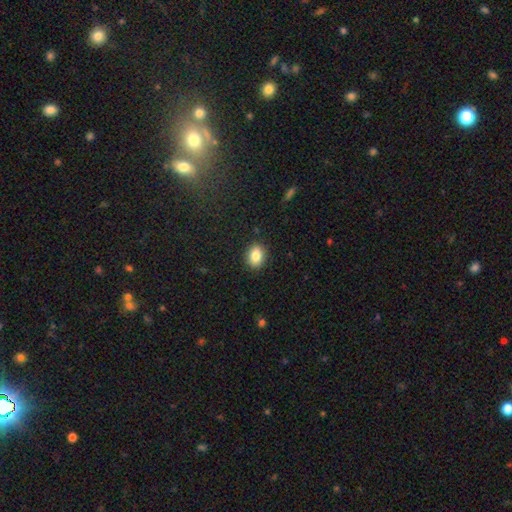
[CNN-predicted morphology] smooth_or_featured: smooth (p=0.85) [alt: star or artifact p=0.09]
how_rounded: in between (p=0.69) [alt: round p=0.30]
merging: none (p=0.89) [alt: minor disturbance p=0.08]